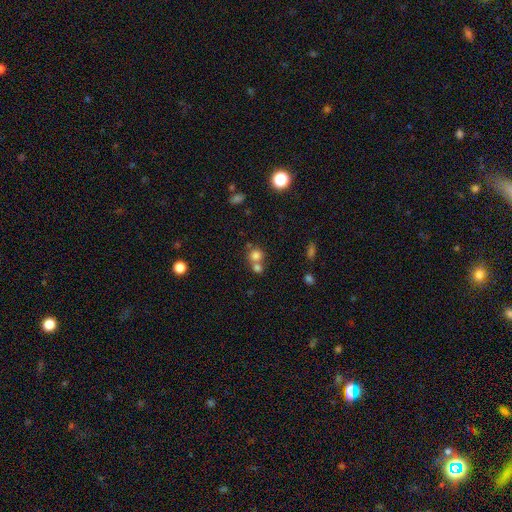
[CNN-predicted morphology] This is likely a smooth galaxy (76%). How rounded: clearly round (83%). Merging: possibly merger (47%).